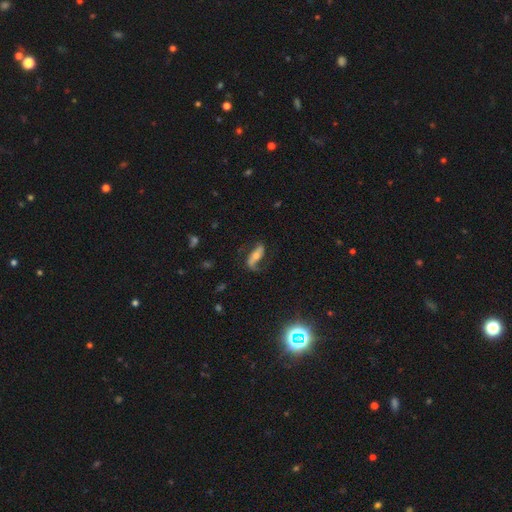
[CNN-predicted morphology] type=featured or disk (65%); edge-on=no (84%); bar=no (38%, tied with strong); spiral arms=yes (85%); bulge=moderate (53%); merging=none (58%).